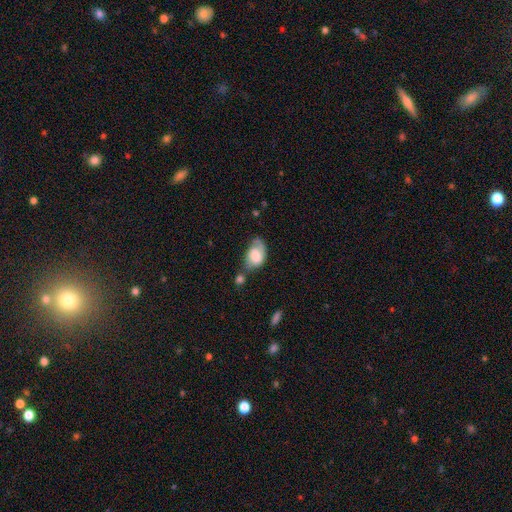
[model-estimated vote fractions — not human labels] Q: Smooth or featured?
A: smooth (61%); runner-up: featured or disk (31%)
Q: How rounded?
A: in between (87%); runner-up: round (12%)
Q: Merging?
A: none (30%); runner-up: minor disturbance (29%)